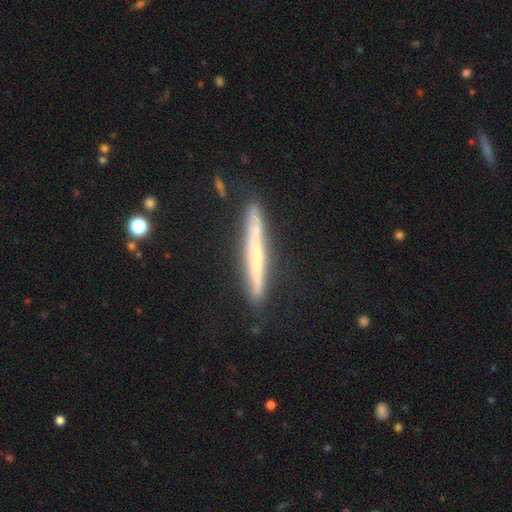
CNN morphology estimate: The model was most divided on "smooth or featured": featured or disk: 59%, smooth: 35%, star or artifact: 6%. More confident: edge-on disk — yes (95%); merging — none (86%); edge-on bulge — none (66%).